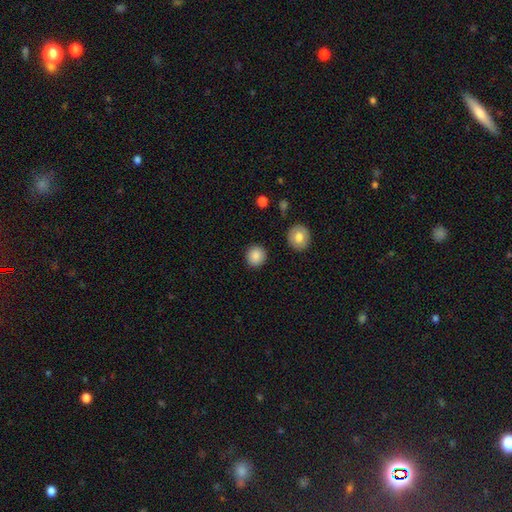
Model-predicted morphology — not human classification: smooth 86%, star or artifact 9%, featured or disk 5%. Down the decision tree: how rounded — round (93%); merging — none (91%).